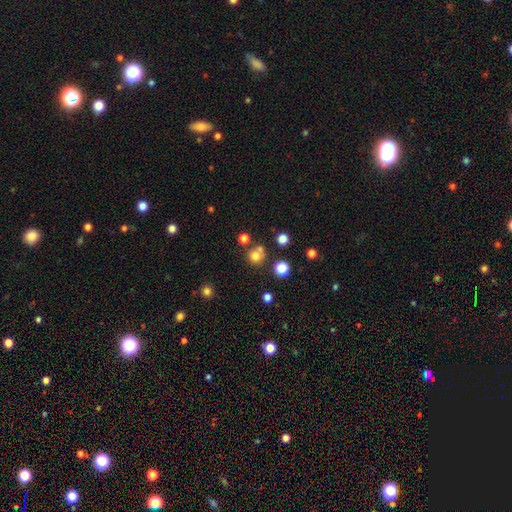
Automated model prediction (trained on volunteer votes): A smooth galaxy with no disk features (74%) that is round (90%). Merging: none (62%).